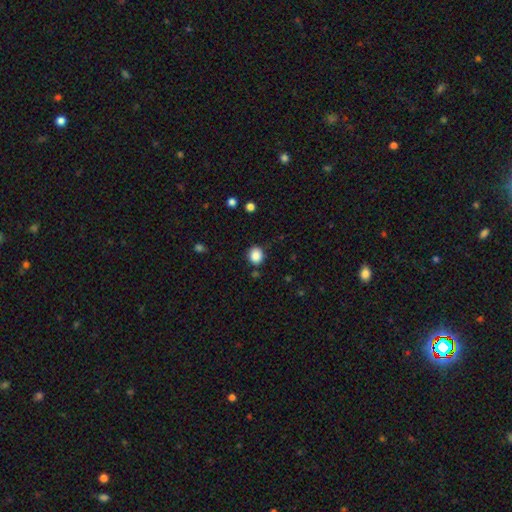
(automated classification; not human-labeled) This is clearly a smooth galaxy (87%). How rounded: likely round (71%). Merging: clearly none (82%).